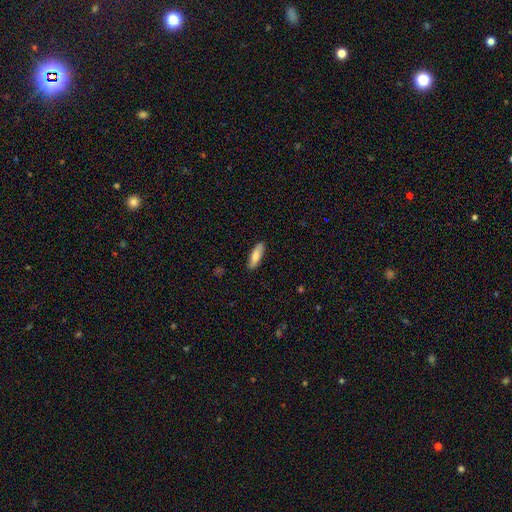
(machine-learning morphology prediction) Q: Smooth or featured?
A: smooth (78%); runner-up: featured or disk (17%)
Q: How rounded?
A: in between (56%); runner-up: cigar-shaped (42%)
Q: Merging?
A: none (87%); runner-up: minor disturbance (10%)